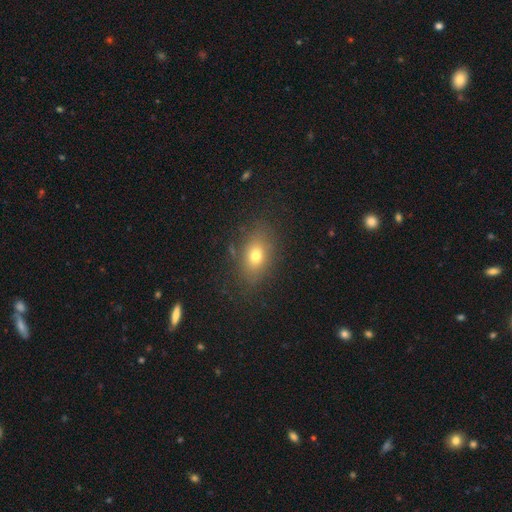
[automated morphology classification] type=smooth (72%); roundness=in between (78%); merging=none (80%).